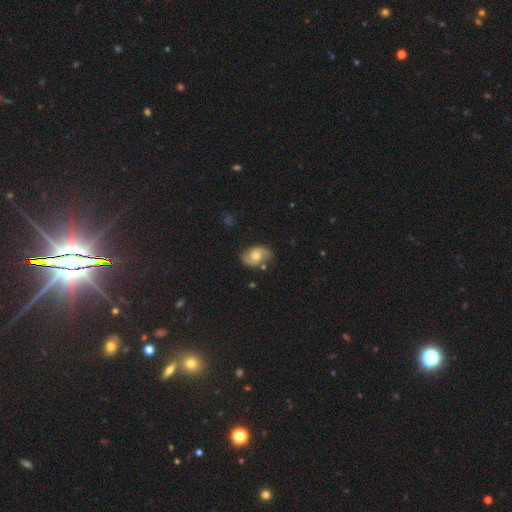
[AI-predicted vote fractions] A featured or disk galaxy (66%) with no bar (67%), 2 (88%) medium (46%) spiral arms (90%) and a moderate central bulge (67%). Merging: none (75%).